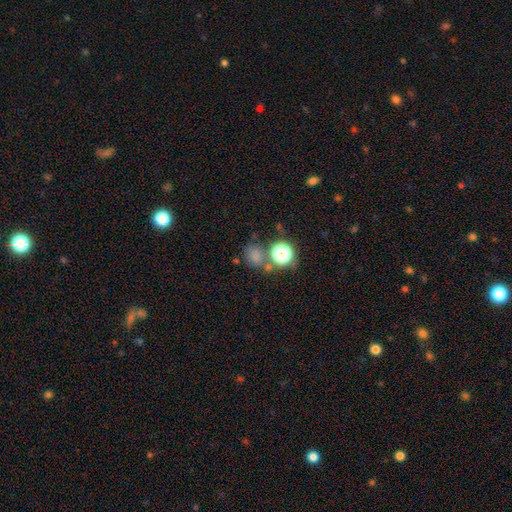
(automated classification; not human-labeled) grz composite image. It shows a smooth galaxy with no disk features (66%) that is round (67%). Merging: none (59%).